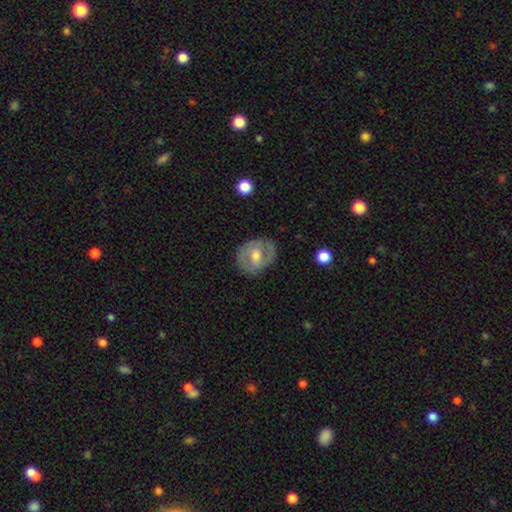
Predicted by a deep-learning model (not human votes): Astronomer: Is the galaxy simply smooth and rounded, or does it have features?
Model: featured or disk — 61%.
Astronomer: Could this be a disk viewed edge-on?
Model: no — 95%.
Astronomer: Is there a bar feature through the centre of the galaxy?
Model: weak — 44% (runner-up: no, 38%).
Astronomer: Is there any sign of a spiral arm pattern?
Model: yes — 60% (runner-up: no, 40%).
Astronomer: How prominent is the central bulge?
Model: moderate — 68%.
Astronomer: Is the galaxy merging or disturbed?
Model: none — 78%.